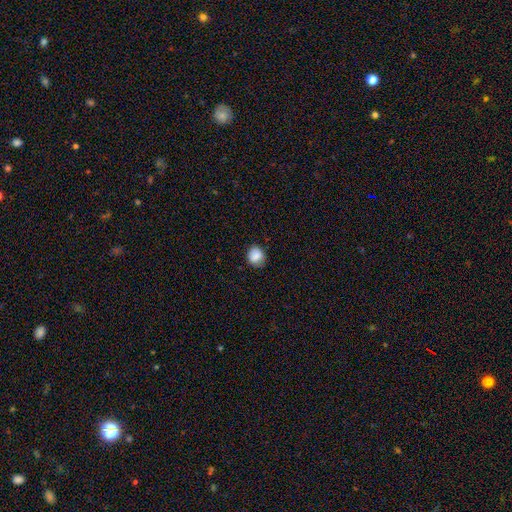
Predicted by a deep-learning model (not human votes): smooth-or-featured: smooth: 84% | star or artifact: 9% | featured or disk: 7%
  how-rounded: round: 70% | in between: 30% | cigar-shaped: 1%
  merging: none: 74% | minor disturbance: 20% | major disturbance: 4% | merger: 1%